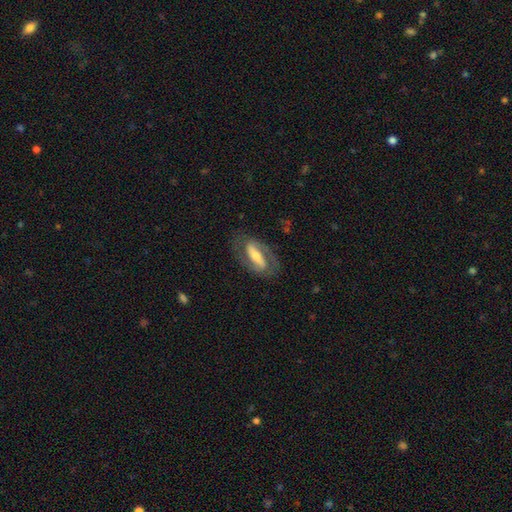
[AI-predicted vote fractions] Smooth or featured: featured or disk — 78% (smooth — 16%)
Edge-on disk: no — 91% (yes — 9%)
Bar: strong — 62% (weak — 23%)
Spiral arms: yes — 85% (no — 15%)
Spiral winding: medium — 47% (tight — 33%)
Spiral arm count: 2 — 87% (can't tell — 6%)
Bulge size: moderate — 51% (small — 38%)
Merging: none — 77% (minor disturbance — 14%)